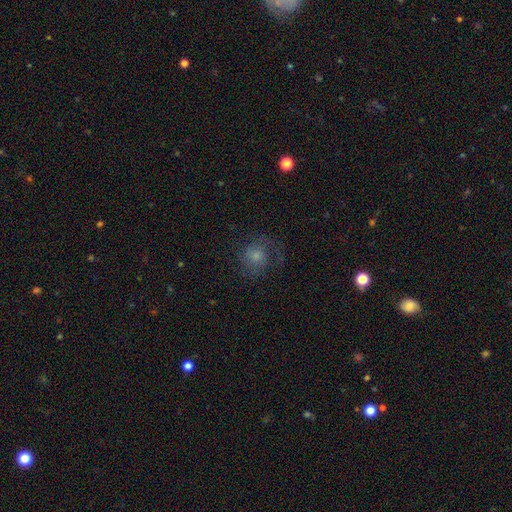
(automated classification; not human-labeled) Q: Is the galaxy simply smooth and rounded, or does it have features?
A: smooth — 48%.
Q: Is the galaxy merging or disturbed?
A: none — 56%.